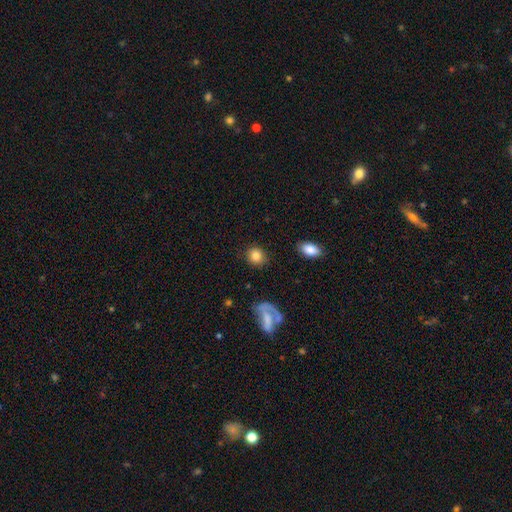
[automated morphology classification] Smooth or featured?
  - smooth: 82% *
  - star or artifact: 9%
  - featured or disk: 9%
How rounded?
  - round: 82% *
  - in between: 16%
  - cigar-shaped: 1%
Merging?
  - none: 85% *
  - minor disturbance: 10%
  - major disturbance: 4%
  - merger: 2%